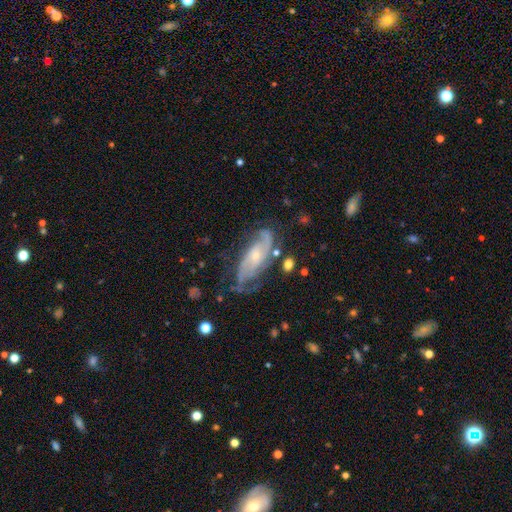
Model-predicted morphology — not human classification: Smooth or featured? Predicted: featured or disk (p=0.83). Edge-on disk? Predicted: no (p=0.93). Bar? Predicted: no (p=0.64). Spiral arms? Predicted: yes (p=0.95). Spiral winding? Predicted: tight (p=0.47). Spiral arm count? Predicted: 2 (p=0.58). Bulge size? Predicted: small (p=0.66). Merging? Predicted: none (p=0.62).